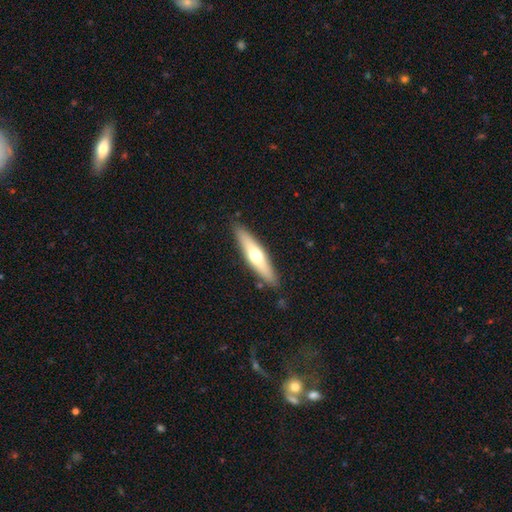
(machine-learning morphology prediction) smooth-or-featured: smooth: 50% | featured or disk: 45% | star or artifact: 5%
  merging: none: 88% | minor disturbance: 9% | major disturbance: 2% | merger: 2%